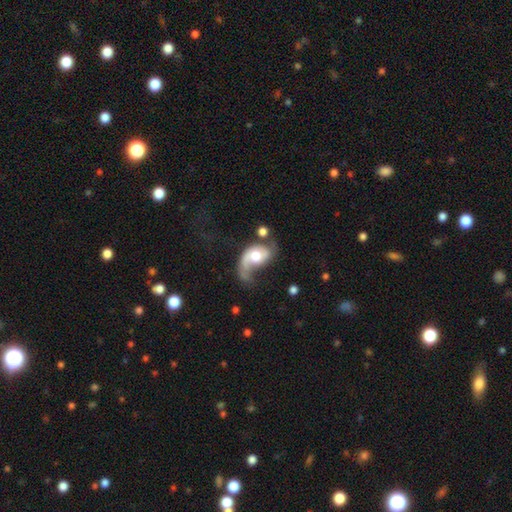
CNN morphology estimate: featured or disk 66%, smooth 28%, star or artifact 7%. Down the decision tree: edge-on disk — no (96%); bar — no (69%); spiral arms — yes (84%); spiral arm count — 1 (48%); spiral winding — loose (62%); bulge size — moderate (64%); merging — major disturbance (40%).